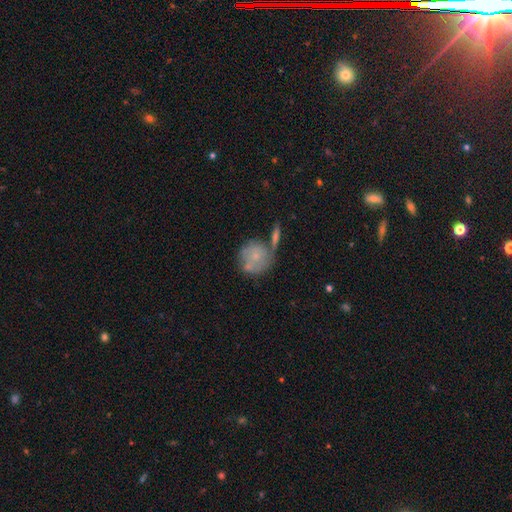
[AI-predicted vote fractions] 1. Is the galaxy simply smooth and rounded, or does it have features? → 61% smooth, 32% featured or disk, 7% star or artifact.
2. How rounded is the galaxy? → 85% round, 13% in between, 2% cigar-shaped.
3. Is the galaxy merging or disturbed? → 48% none, 25% merger, 18% minor disturbance, 8% major disturbance.